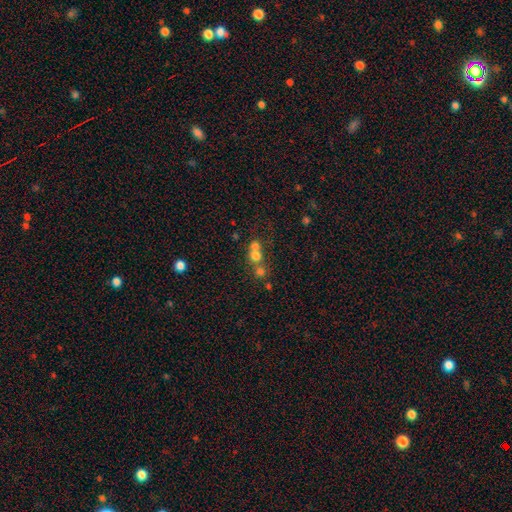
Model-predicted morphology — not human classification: Smooth or featured: smooth — 68% (star or artifact — 16%)
How rounded: round — 83% (in between — 16%)
Merging: merger — 59% (none — 33%)